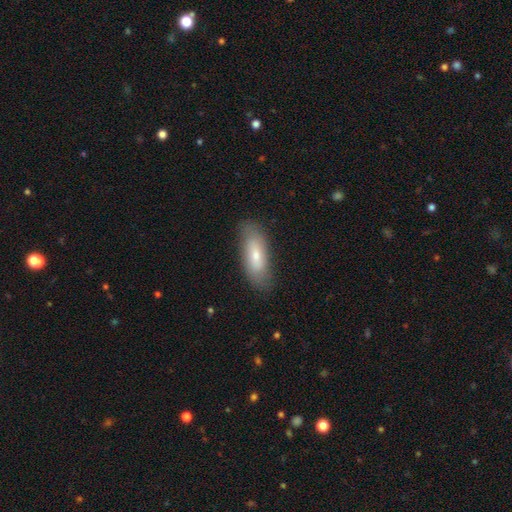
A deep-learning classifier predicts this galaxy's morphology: Smooth or featured? Predicted: smooth (p=0.65). How rounded? Predicted: in between (p=0.66). Merging? Predicted: none (p=0.82).